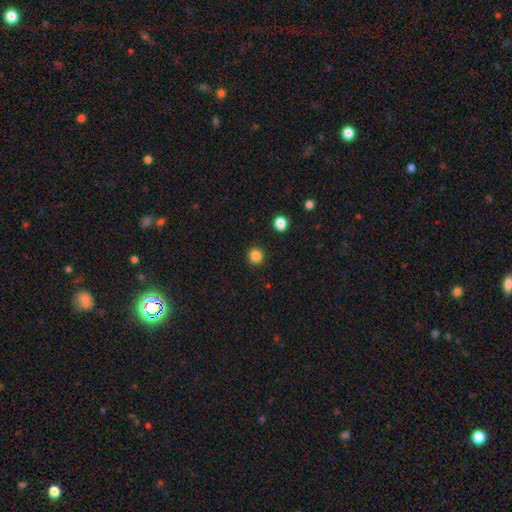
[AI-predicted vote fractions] A smooth galaxy with no disk features (86%) that is round (91%). Merging: none (92%).